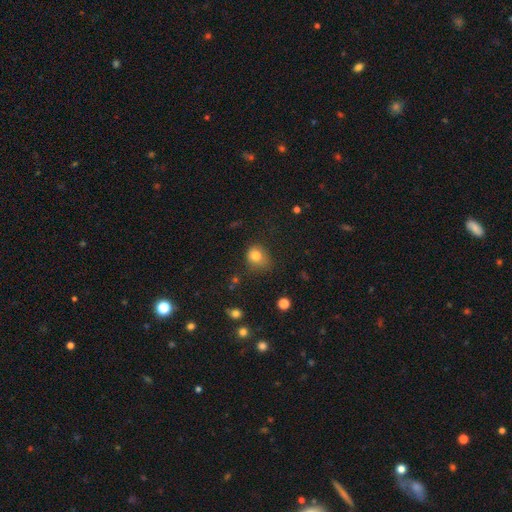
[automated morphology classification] Smooth or featured? Predicted: smooth (p=0.80). How rounded? Predicted: round (p=0.65). Merging? Predicted: none (p=0.53).